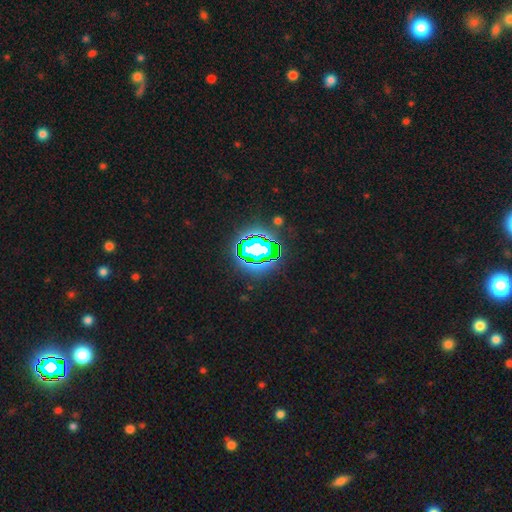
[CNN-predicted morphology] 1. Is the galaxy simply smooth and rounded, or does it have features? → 83% star or artifact, 10% smooth, 7% featured or disk.